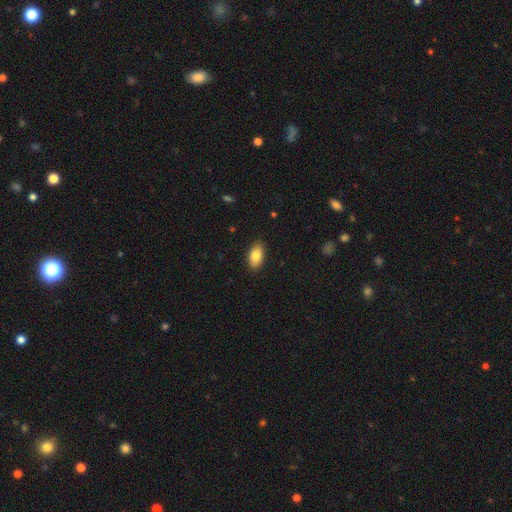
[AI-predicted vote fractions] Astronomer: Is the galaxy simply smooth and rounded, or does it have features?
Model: smooth — 83%.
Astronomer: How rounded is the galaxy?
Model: in between — 93%.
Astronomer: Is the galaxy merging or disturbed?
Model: none — 89%.